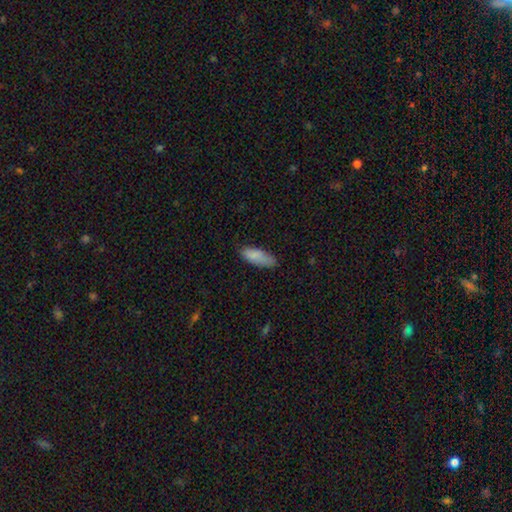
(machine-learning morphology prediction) Overall: smooth (85%). How rounded: in between (69%). Merging: none (67%).